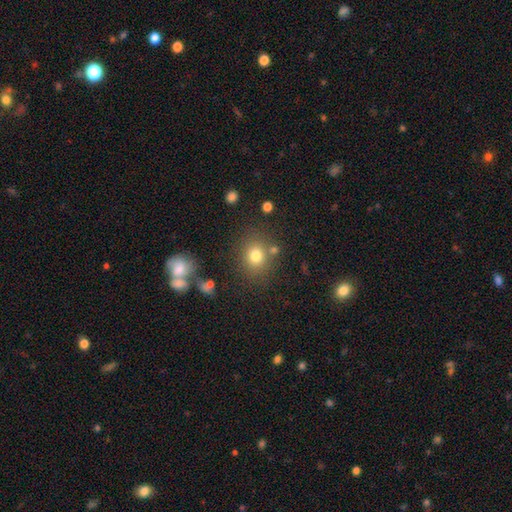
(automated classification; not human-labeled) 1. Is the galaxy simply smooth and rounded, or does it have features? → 76% smooth, 15% star or artifact, 9% featured or disk.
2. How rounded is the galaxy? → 74% round, 25% in between, 1% cigar-shaped.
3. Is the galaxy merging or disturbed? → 75% none, 11% minor disturbance, 9% merger, 5% major disturbance.